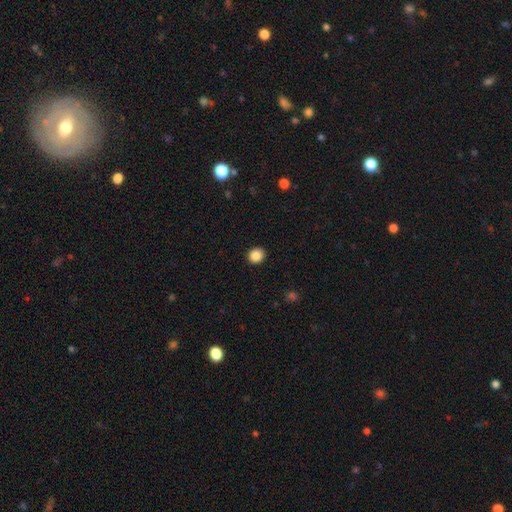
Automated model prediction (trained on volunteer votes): smooth 87%, star or artifact 10%, featured or disk 3%. Down the decision tree: how rounded — round (84%); merging — none (92%).